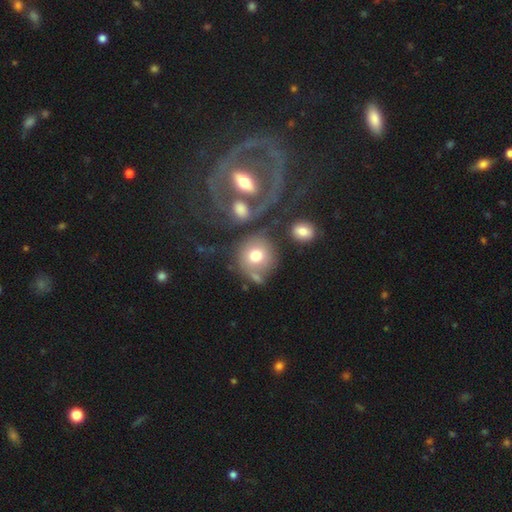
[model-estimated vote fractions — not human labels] Overall: smooth (67%). How rounded: round (83%). Merging: none (42%; merger 27%).